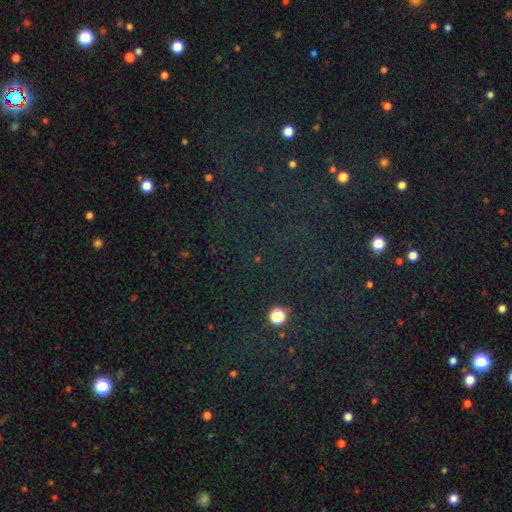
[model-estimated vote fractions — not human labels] The model was most divided on "smooth or featured": star or artifact: 73%, smooth: 17%, featured or disk: 10%.